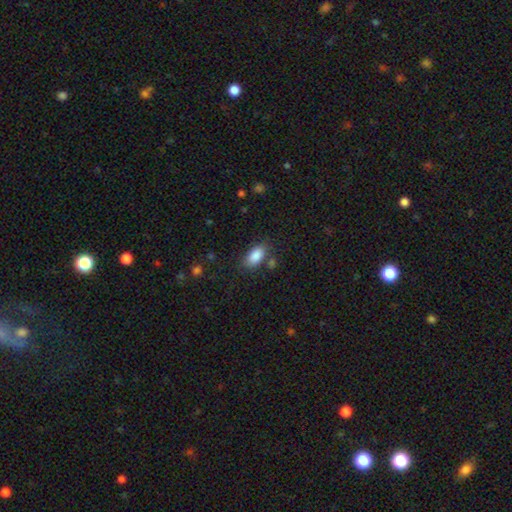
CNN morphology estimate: smooth 87%, star or artifact 7%, featured or disk 5%. Down the decision tree: how rounded — in between (92%); merging — none (76%).